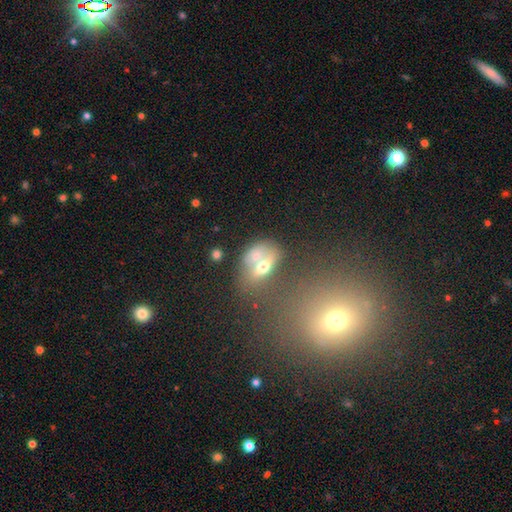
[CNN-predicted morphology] Overall: smooth (57%; featured or disk 30%). How rounded: in between (69%). Merging: merger (56%; none 25%).